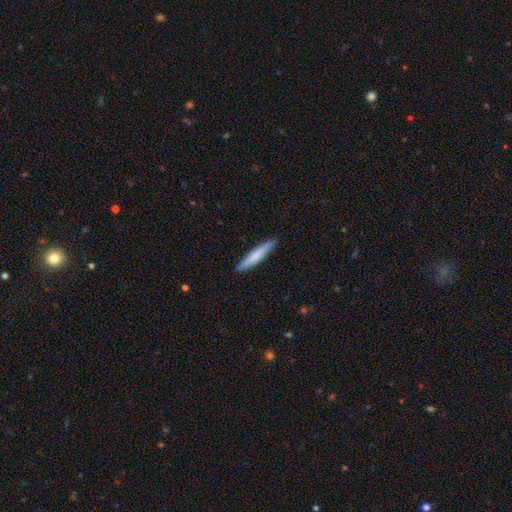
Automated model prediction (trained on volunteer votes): This appears to be a smooth galaxy with no disk features (70%) that is cigar-shaped (93%). Merging: none (91%).